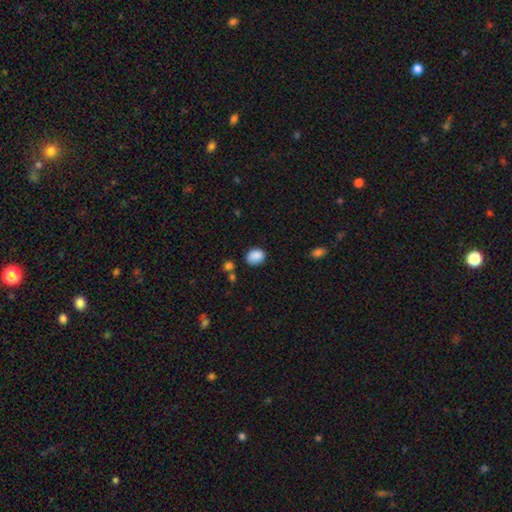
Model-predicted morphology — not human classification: Smooth or featured: smooth — 87% (star or artifact — 9%)
How rounded: round — 50% (in between — 49%)
Merging: none — 72% (minor disturbance — 20%)